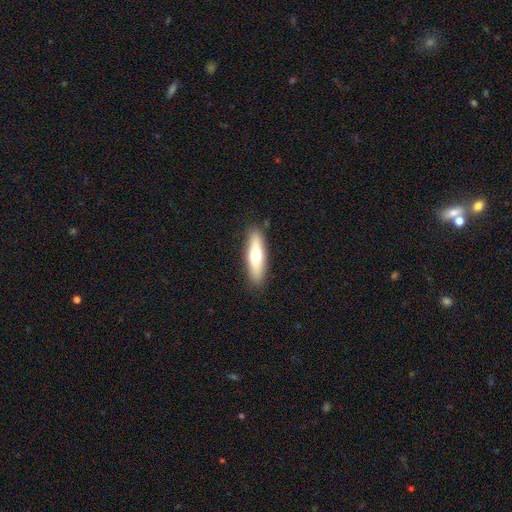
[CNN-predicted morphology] smooth_or_featured: smooth (p=0.58) [alt: featured or disk p=0.36]
how_rounded: cigar-shaped (p=0.64) [alt: in between p=0.34]
merging: none (p=0.88) [alt: minor disturbance p=0.09]